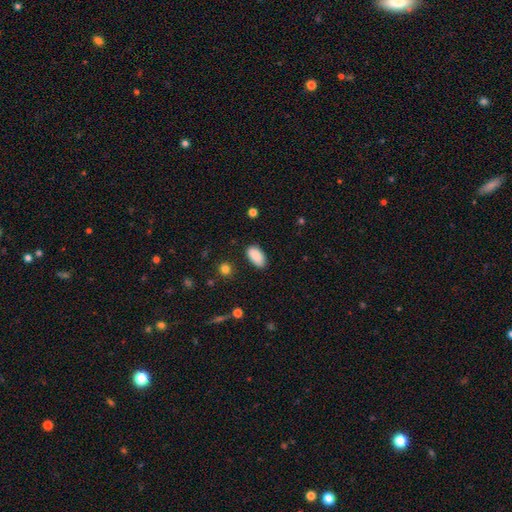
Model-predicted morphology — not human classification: This is clearly a smooth galaxy (89%). How rounded: clearly in between (94%). Merging: clearly none (82%).